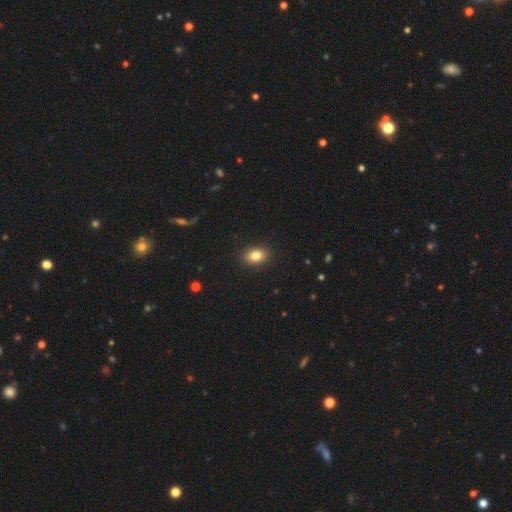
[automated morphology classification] A smooth galaxy with no disk features (83%) that is in between round and cigar-shaped (81%). Merging: none (90%).